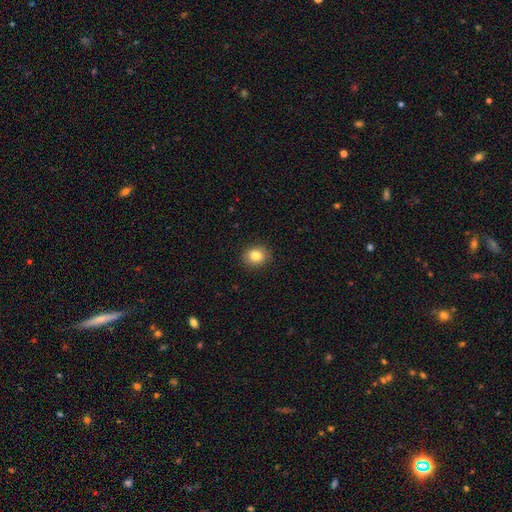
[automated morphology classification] Smooth or featured? smooth (83%)
How rounded? round (66%)
Merging? none (90%)